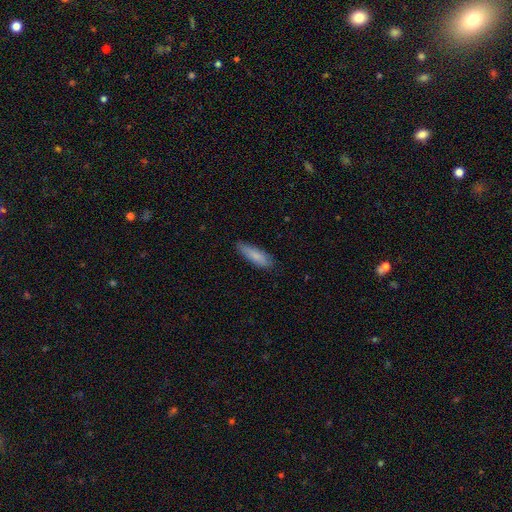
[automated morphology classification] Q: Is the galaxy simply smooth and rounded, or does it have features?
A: smooth — 81%.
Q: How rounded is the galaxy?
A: cigar-shaped — 61%.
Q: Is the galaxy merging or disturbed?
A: none — 79%.